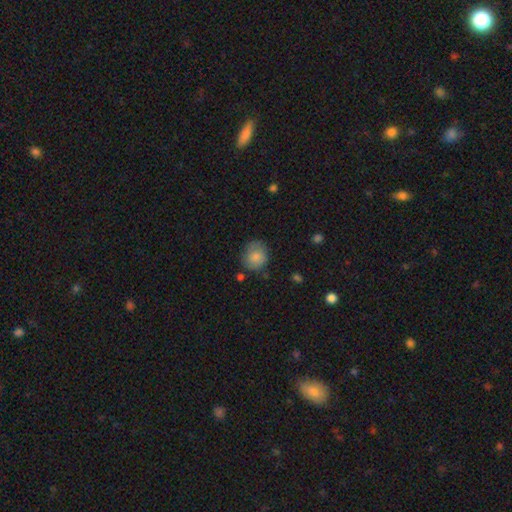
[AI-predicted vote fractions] The model was most divided on "merging": none: 66%, minor disturbance: 24%, major disturbance: 7%, merger: 3%. More confident: smooth or featured — smooth (81%); how rounded — round (76%).